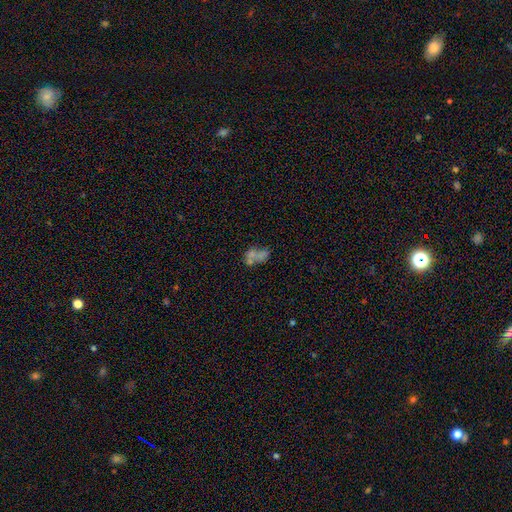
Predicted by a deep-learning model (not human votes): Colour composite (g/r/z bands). It shows a smooth galaxy with no disk features (51%) that is in between round and cigar-shaped (75%). Merging: merger (50%).